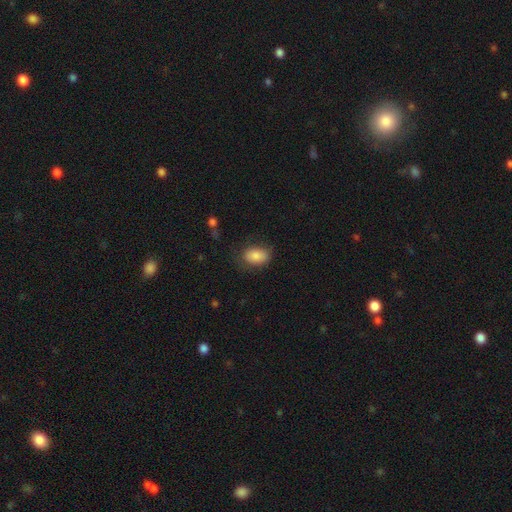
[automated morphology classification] Overall: smooth (83%). How rounded: in between (86%). Merging: none (72%).